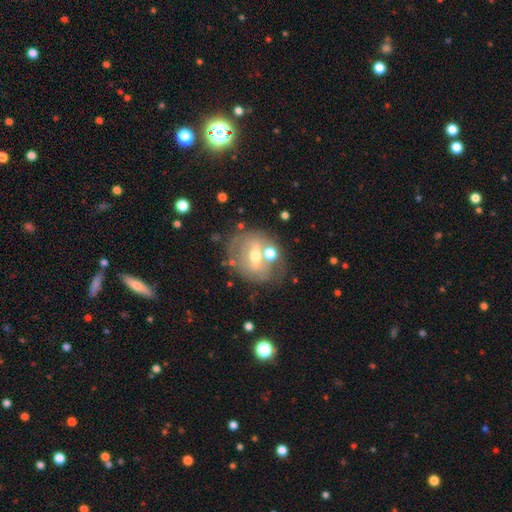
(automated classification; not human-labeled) Overall: featured or disk (62%; smooth 28%). Edge-on disk: no (94%). Bar: weak (40%; no 31%). Spiral arms: no (62%; yes 38%). Bulge size: moderate (65%; small 28%). Merging: none (62%).